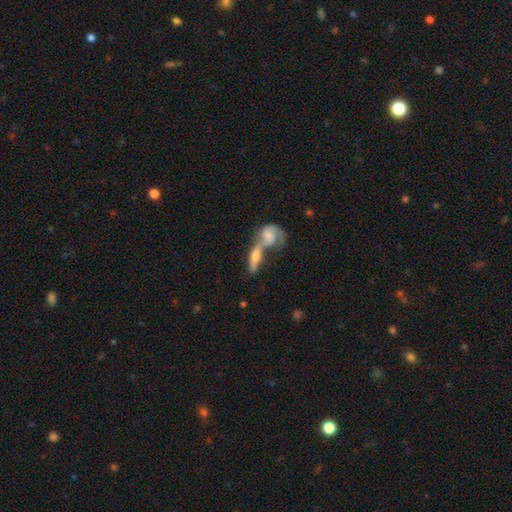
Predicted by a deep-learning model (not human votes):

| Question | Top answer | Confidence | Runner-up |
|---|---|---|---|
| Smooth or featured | featured or disk | 47% | smooth (45%) |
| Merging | merger | 67% | none (21%) |